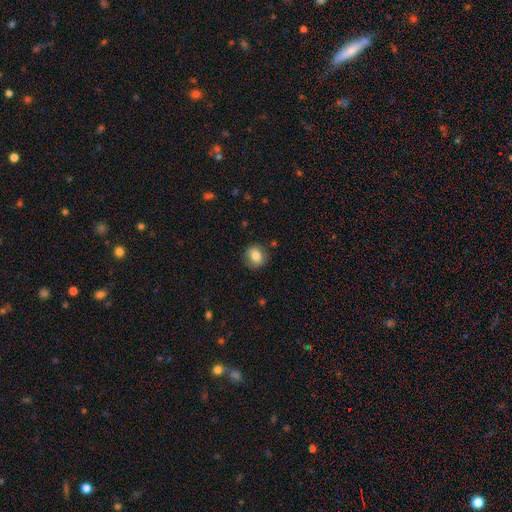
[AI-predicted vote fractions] Morphology: type=smooth (80%); roundness=round (68%); merging=none (84%).